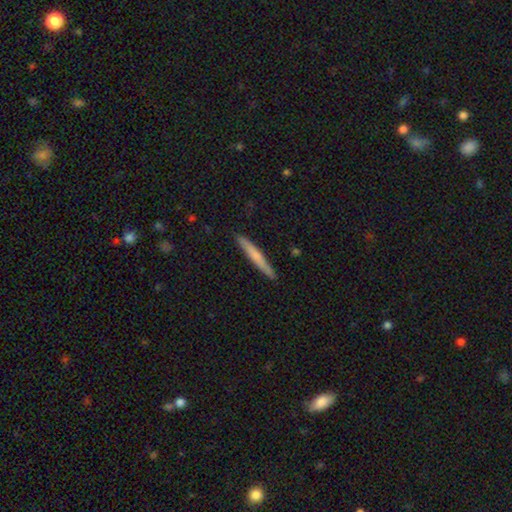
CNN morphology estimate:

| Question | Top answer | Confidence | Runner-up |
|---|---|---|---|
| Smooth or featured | smooth | 64% | featured or disk (31%) |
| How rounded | cigar-shaped | 96% | in between (3%) |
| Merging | none | 89% | minor disturbance (8%) |